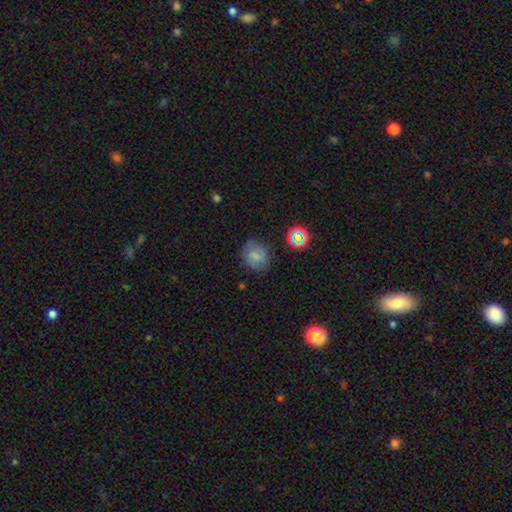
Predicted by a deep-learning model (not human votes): Overall: smooth (69%). How rounded: round (62%; in between 37%). Merging: none (73%).